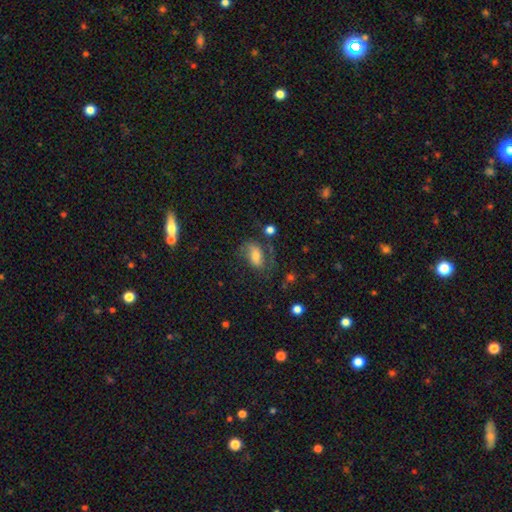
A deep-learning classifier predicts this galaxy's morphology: smooth-or-featured: featured or disk: 50% | smooth: 39% | star or artifact: 11%
  disk-edge-on: no: 95% | yes: 5%
  merging: none: 52% | minor disturbance: 22% | major disturbance: 21% | merger: 5%